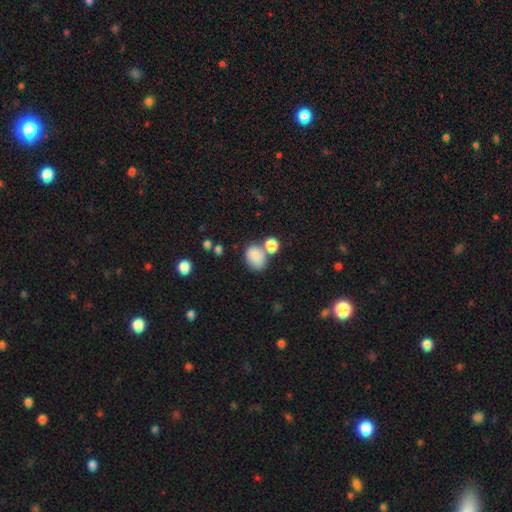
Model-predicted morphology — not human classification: A smooth galaxy with no disk features (81%) that is in between round and cigar-shaped (59%). Merging: none (48%).